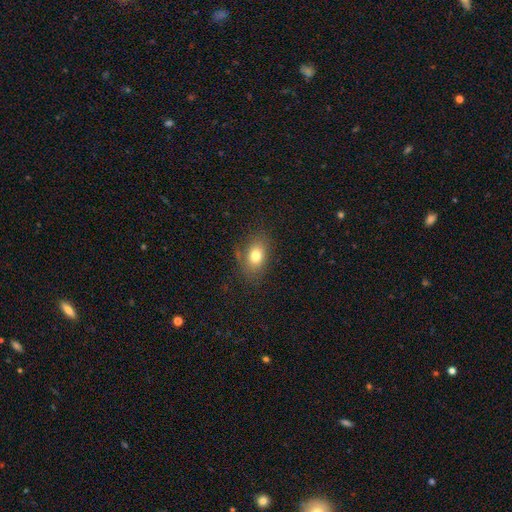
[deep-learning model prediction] Q: Smooth or featured?
A: smooth (78%); runner-up: featured or disk (12%)
Q: How rounded?
A: in between (79%); runner-up: round (20%)
Q: Merging?
A: none (77%); runner-up: minor disturbance (15%)